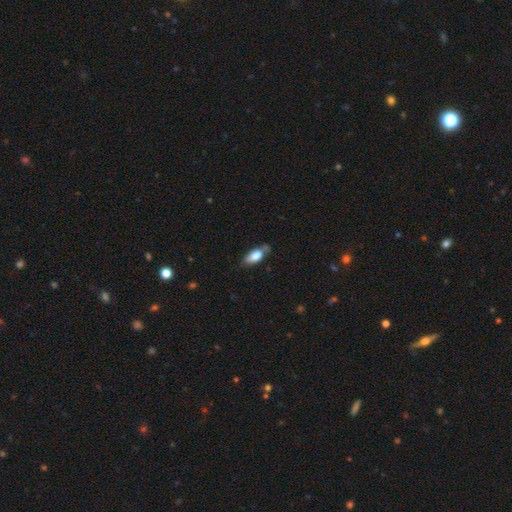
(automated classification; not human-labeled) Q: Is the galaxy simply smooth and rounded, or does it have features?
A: smooth — 75%.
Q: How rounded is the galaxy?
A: in between — 82%.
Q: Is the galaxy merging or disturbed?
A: none — 58%.